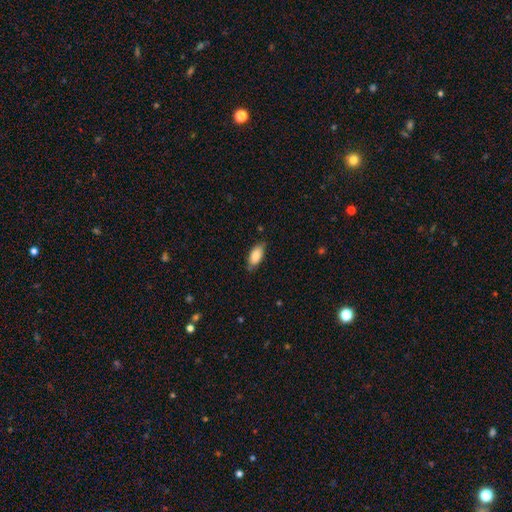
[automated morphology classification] Smooth or featured: smooth — 85% (featured or disk — 9%)
How rounded: in between — 89% (cigar-shaped — 8%)
Merging: none — 74% (minor disturbance — 21%)